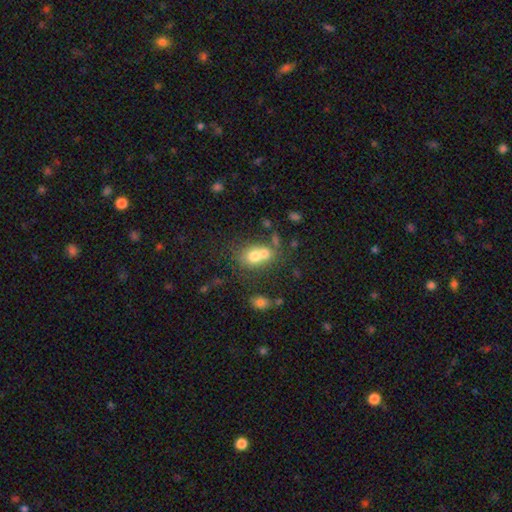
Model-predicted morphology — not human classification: Smooth or featured: smooth — 68% (featured or disk — 20%)
How rounded: round — 54% (in between — 44%)
Merging: merger — 58% (none — 28%)